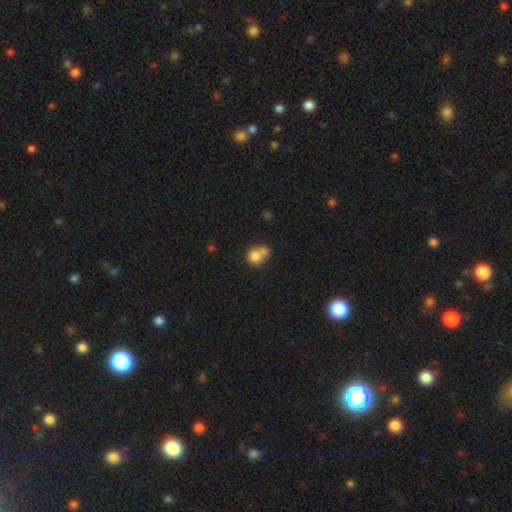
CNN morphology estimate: Smooth or featured? smooth (77%)
How rounded? round (72%)
Merging? merger (52%)